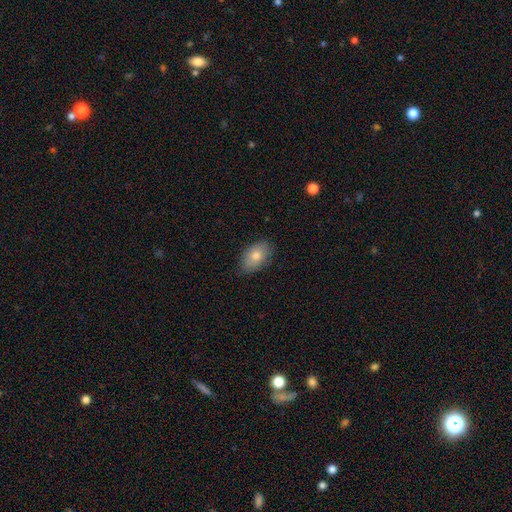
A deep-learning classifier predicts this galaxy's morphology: This is likely a smooth galaxy (78%). How rounded: clearly in between (89%). Merging: clearly none (82%).